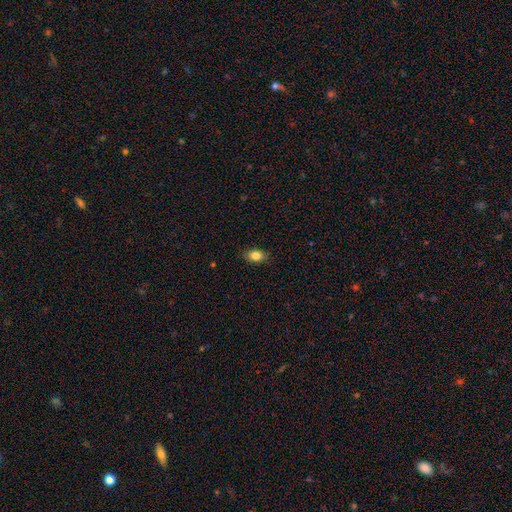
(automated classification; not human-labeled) The model was most divided on "how rounded": in between: 84%, round: 14%, cigar-shaped: 2%. More confident: merging — none (86%); smooth or featured — smooth (83%).